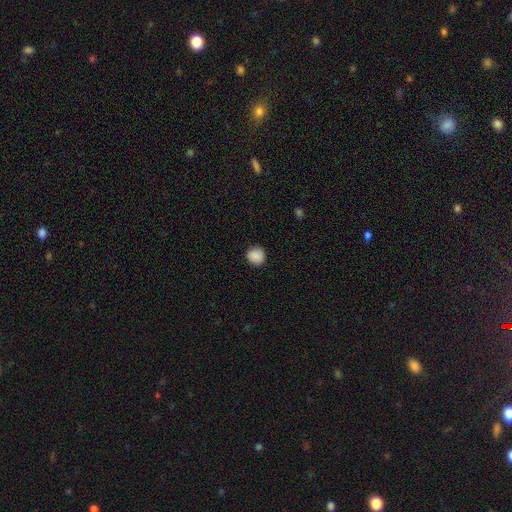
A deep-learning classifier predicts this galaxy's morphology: The model was most divided on "merging": none: 86%, minor disturbance: 10%, major disturbance: 2%, merger: 1%. More confident: how rounded — round (89%); smooth or featured — smooth (88%).